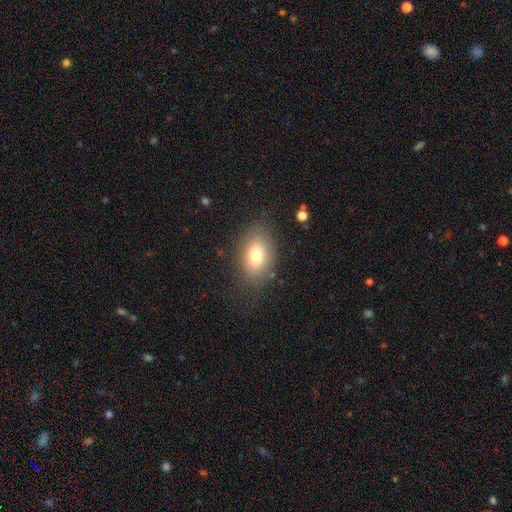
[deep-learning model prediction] smooth 74%, featured or disk 16%, star or artifact 10%. Down the decision tree: how rounded — in between (84%); merging — none (78%).